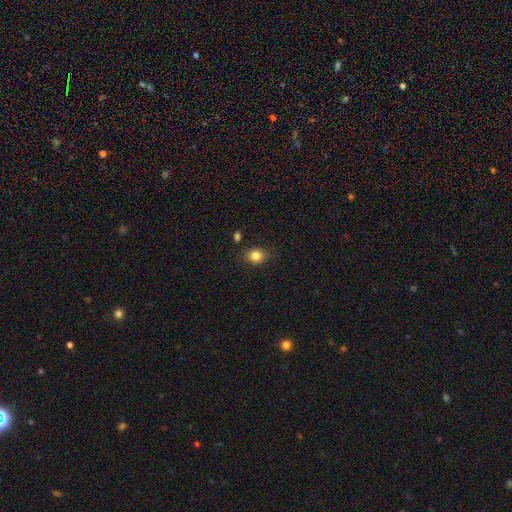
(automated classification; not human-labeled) A smooth galaxy with no disk features (84%) that is round (62%).

Vote fractions:
- Smooth or featured? smooth: 84% / star or artifact: 11% / featured or disk: 6%
- How rounded? round: 62% / in between: 37% / cigar-shaped: 1%
- Merging? none: 83% / minor disturbance: 11% / merger: 3% / major disturbance: 3%